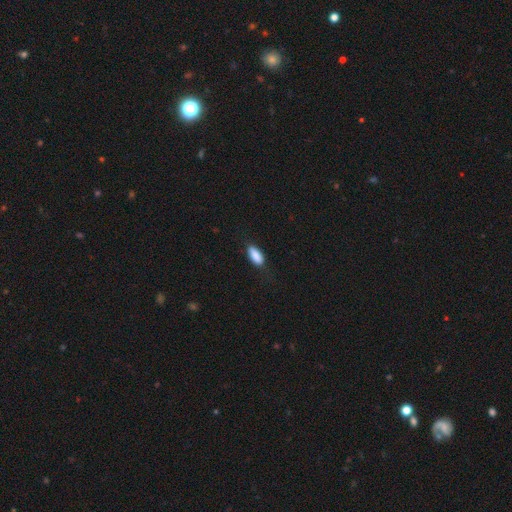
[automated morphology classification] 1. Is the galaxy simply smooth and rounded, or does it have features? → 88% smooth, 7% star or artifact, 5% featured or disk.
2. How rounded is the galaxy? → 85% in between, 13% cigar-shaped, 2% round.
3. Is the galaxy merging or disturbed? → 78% none, 17% minor disturbance, 3% major disturbance, 1% merger.